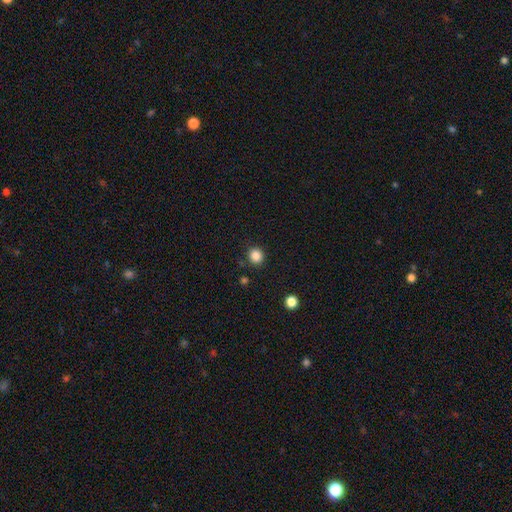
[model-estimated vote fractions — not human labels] Smooth or featured?
  - smooth: 86% *
  - star or artifact: 11%
  - featured or disk: 3%
How rounded?
  - round: 89% *
  - in between: 10%
  - cigar-shaped: 1%
Merging?
  - none: 89% *
  - minor disturbance: 7%
  - major disturbance: 2%
  - merger: 2%